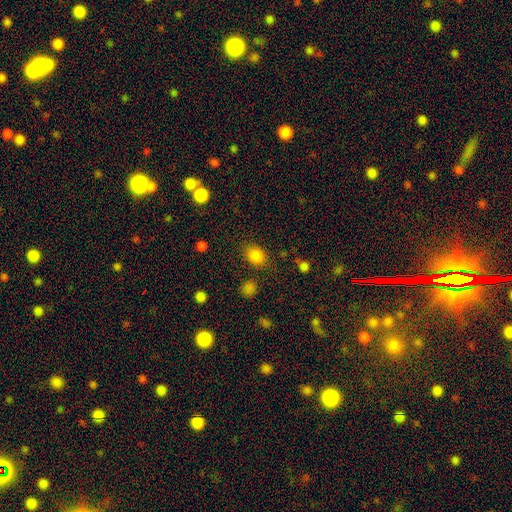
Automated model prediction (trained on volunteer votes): This appears to be a smooth galaxy with no disk features (83%) that is in between round and cigar-shaped (54%). Merging: none (79%).